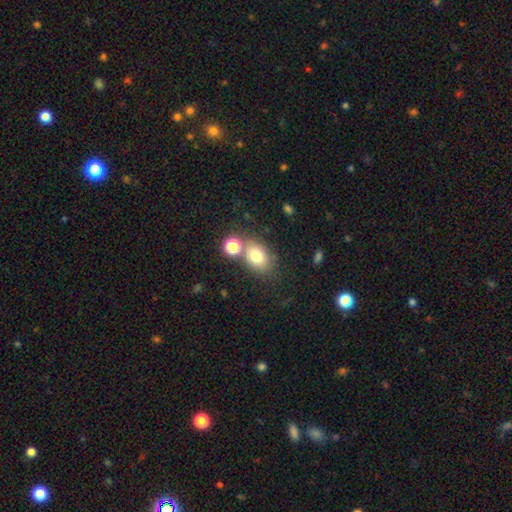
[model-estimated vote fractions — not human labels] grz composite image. It shows a smooth galaxy with no disk features (76%) that is in between round and cigar-shaped (67%). Merging: none (63%).